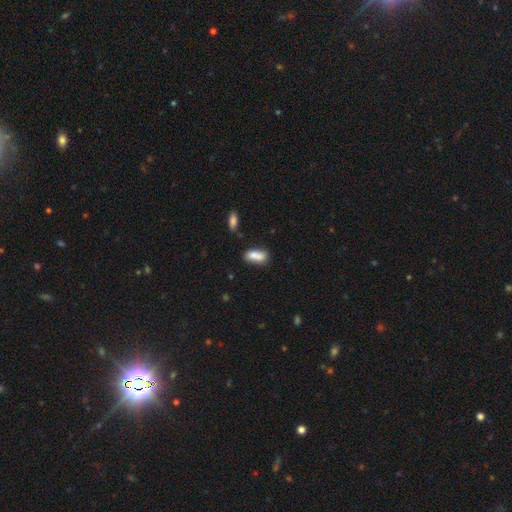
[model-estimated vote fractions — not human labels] This appears to be a smooth galaxy with no disk features (84%) that is in between round and cigar-shaped (80%). Merging: none (63%).